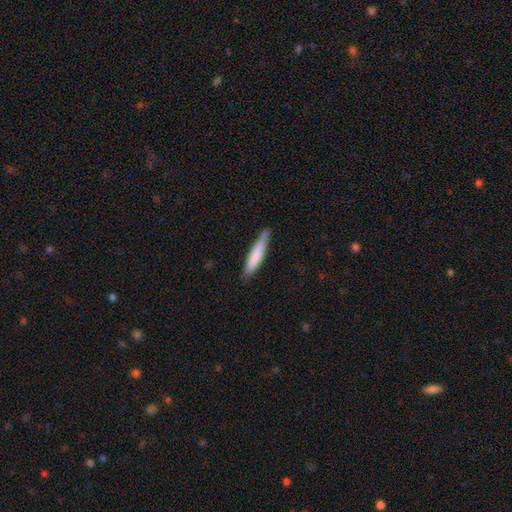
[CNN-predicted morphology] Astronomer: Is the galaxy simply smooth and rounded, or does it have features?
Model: smooth — 74%.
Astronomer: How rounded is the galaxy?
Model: cigar-shaped — 89%.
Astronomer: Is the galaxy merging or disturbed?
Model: none — 78%.